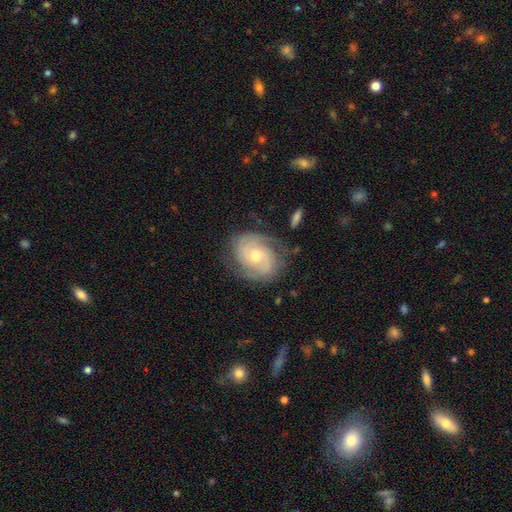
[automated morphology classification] The model was most divided on "bulge size": small: 54%, moderate: 42%, large: 2%, none: 1%, dominant: 1%. More confident: edge-on disk — no (97%); spiral arms — yes (96%); smooth or featured — featured or disk (84%); merging — none (75%); spiral arm count — 2 (68%); bar — no (67%); spiral winding — tight (57%).